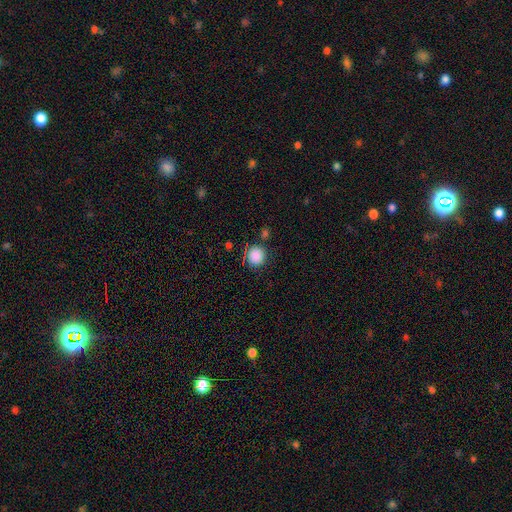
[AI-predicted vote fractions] The model was most divided on "merging": none: 82%, minor disturbance: 10%, merger: 5%, major disturbance: 3%. More confident: how rounded — round (91%); smooth or featured — smooth (87%).